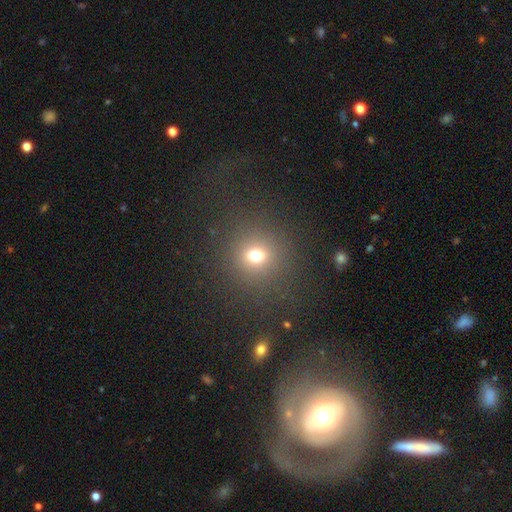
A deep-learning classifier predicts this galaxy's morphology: Overall: smooth (69%). How rounded: round (86%). Merging: none (86%).